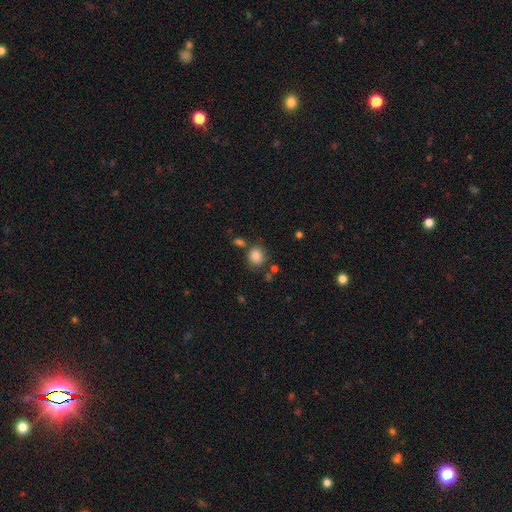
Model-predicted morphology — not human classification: type=smooth (84%); roundness=round (75%); merging=none (74%).